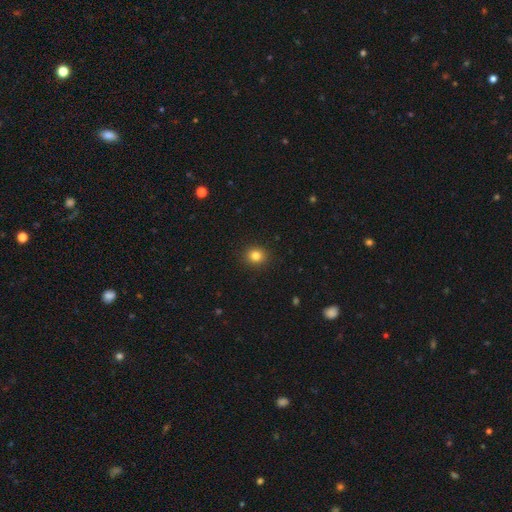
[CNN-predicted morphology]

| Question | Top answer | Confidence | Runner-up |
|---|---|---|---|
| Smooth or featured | smooth | 82% | star or artifact (12%) |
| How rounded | round | 84% | in between (15%) |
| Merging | none | 91% | minor disturbance (6%) |